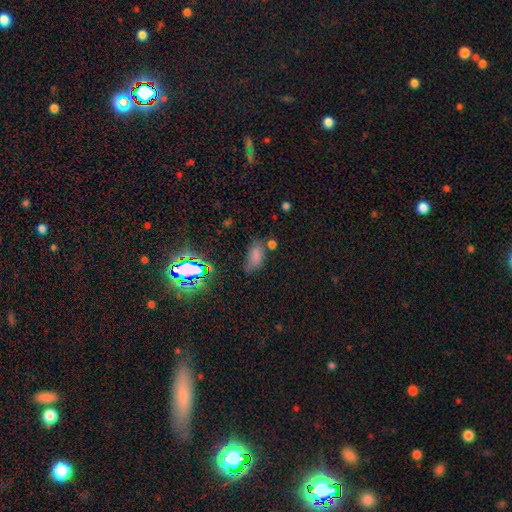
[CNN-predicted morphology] Smooth or featured?
  - smooth: 67% *
  - star or artifact: 22%
  - featured or disk: 10%
How rounded?
  - in between: 89% *
  - round: 6%
  - cigar-shaped: 5%
Merging?
  - none: 57% *
  - minor disturbance: 25%
  - major disturbance: 10%
  - merger: 9%